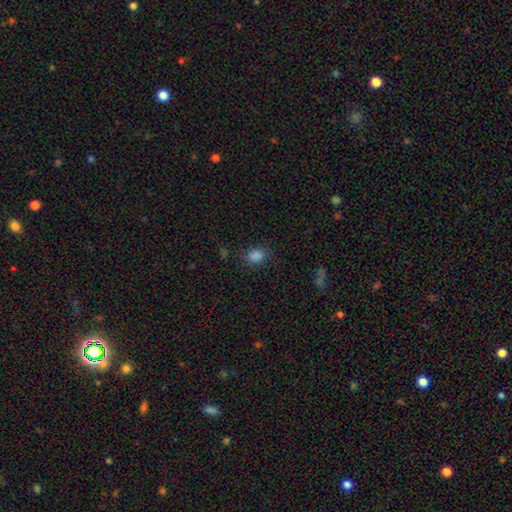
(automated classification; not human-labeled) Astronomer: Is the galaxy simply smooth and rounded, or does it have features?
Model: smooth — 82%.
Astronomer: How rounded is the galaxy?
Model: round — 55% (runner-up: in between, 43%).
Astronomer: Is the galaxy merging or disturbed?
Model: none — 77%.